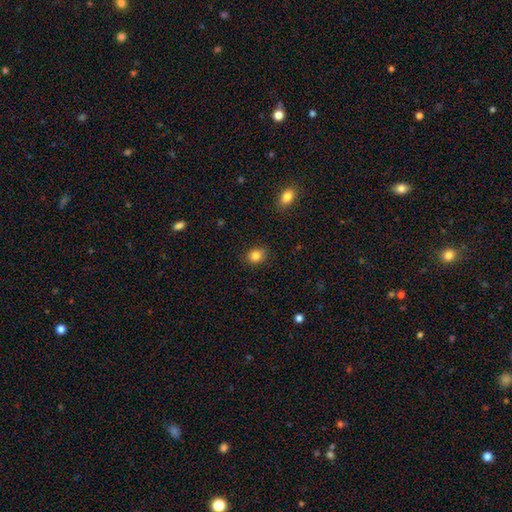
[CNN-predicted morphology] Q: Smooth or featured?
A: smooth (84%); runner-up: star or artifact (11%)
Q: How rounded?
A: round (65%); runner-up: in between (34%)
Q: Merging?
A: none (87%); runner-up: minor disturbance (9%)